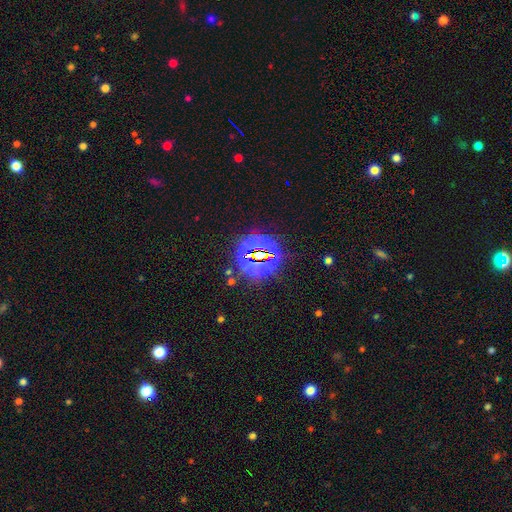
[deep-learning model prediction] The model was most divided on "smooth or featured": star or artifact: 80%, smooth: 12%, featured or disk: 8%.